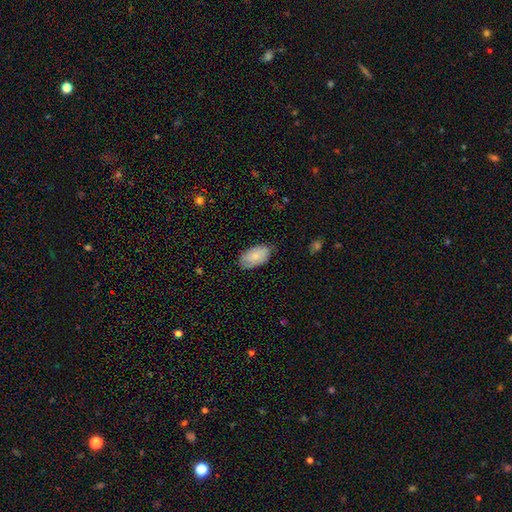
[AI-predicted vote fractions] smooth-or-featured: smooth: 80% | featured or disk: 14% | star or artifact: 6%
  how-rounded: in between: 95% | round: 3% | cigar-shaped: 2%
  merging: none: 75% | minor disturbance: 20% | major disturbance: 3% | merger: 1%